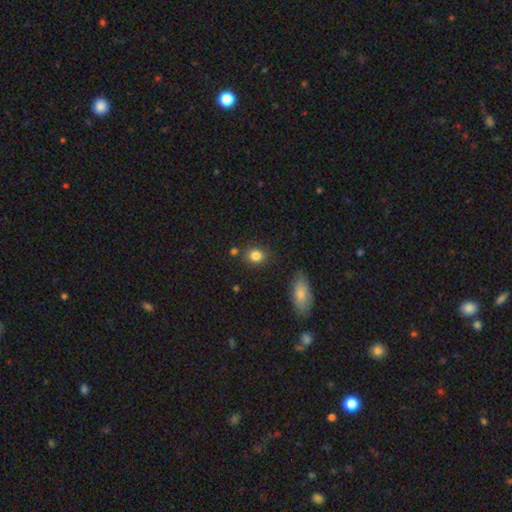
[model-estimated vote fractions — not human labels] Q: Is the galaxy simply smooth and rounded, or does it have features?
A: smooth — 84%.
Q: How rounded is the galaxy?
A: round — 64%.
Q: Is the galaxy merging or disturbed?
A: none — 84%.